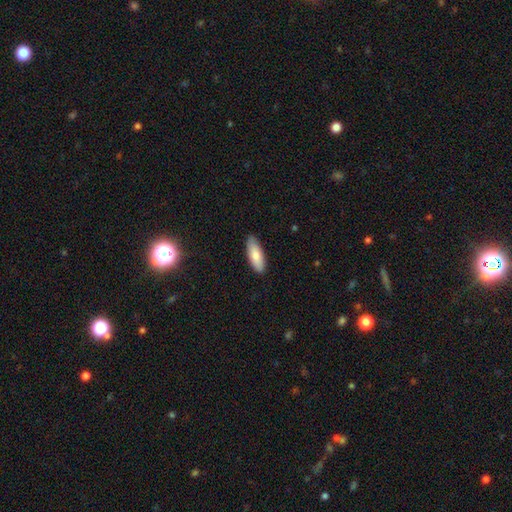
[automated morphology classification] Smooth or featured? Predicted: smooth (p=0.81). How rounded? Predicted: in between (p=0.73). Merging? Predicted: none (p=0.87).